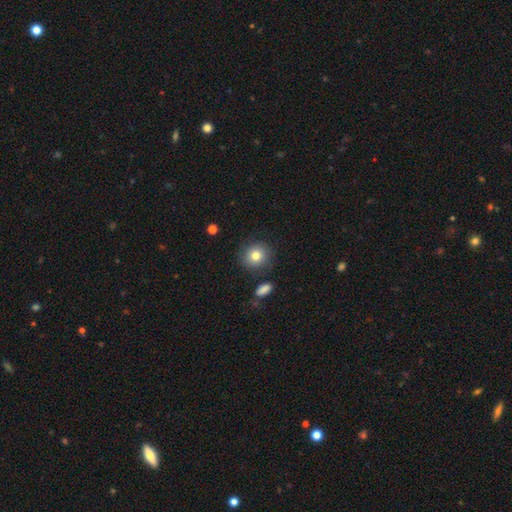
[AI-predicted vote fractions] The model was most divided on "smooth or featured": smooth: 79%, featured or disk: 11%, star or artifact: 10%. More confident: how rounded — round (87%); merging — none (84%).